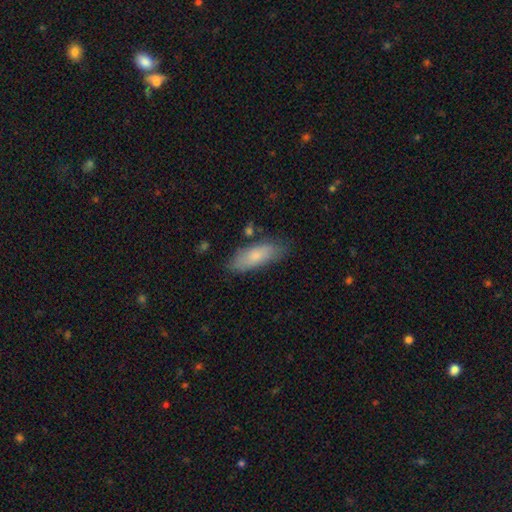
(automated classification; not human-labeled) Morphology: type=smooth (77%); roundness=in between (68%); merging=none (74%).